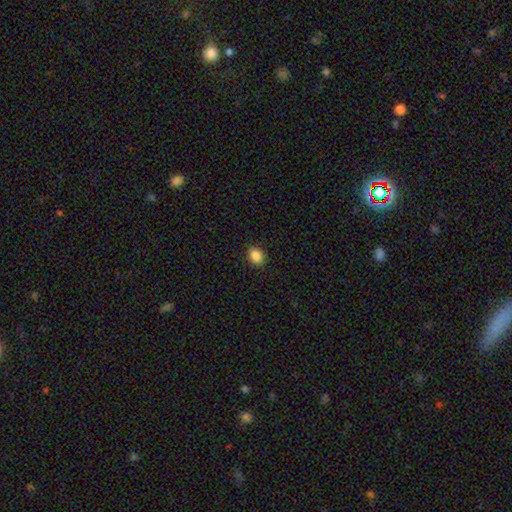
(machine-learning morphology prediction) Smooth or featured: smooth — 87% (star or artifact — 9%)
How rounded: round — 50% (in between — 49%)
Merging: none — 89% (minor disturbance — 8%)